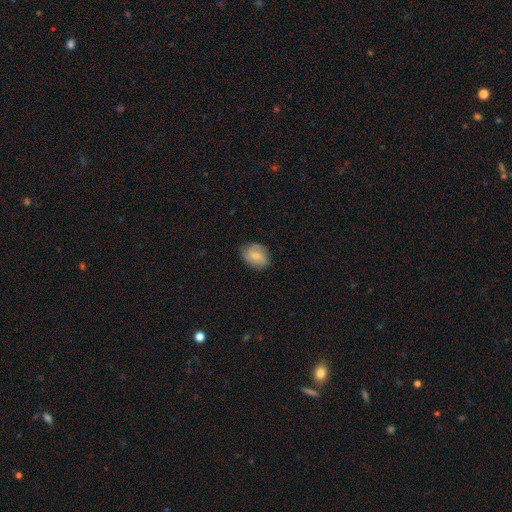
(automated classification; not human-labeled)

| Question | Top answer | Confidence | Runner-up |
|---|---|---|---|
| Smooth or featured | smooth | 59% | featured or disk (34%) |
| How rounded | in between | 64% | round (34%) |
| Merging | none | 78% | minor disturbance (17%) |